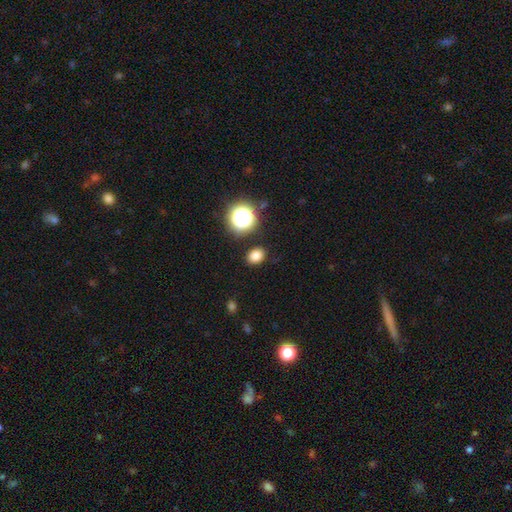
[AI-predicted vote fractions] Smooth or featured? Predicted: smooth (p=0.80). How rounded? Predicted: in between (p=0.53). Merging? Predicted: none (p=0.88).